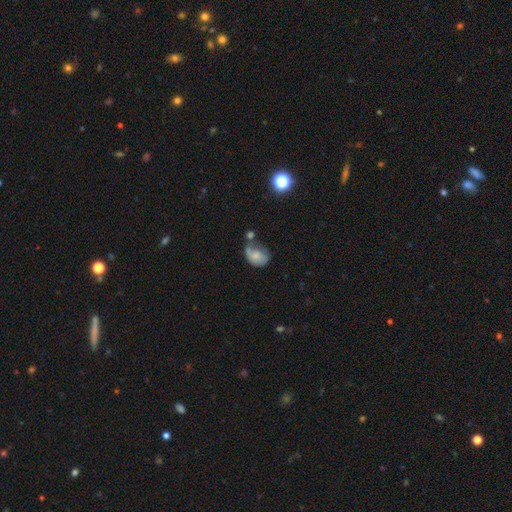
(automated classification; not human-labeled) smooth_or_featured: smooth (p=0.59) [alt: featured or disk p=0.31]
how_rounded: in between (p=0.68) [alt: round p=0.31]
merging: minor disturbance (p=0.28) [tied with: none p=0.28]